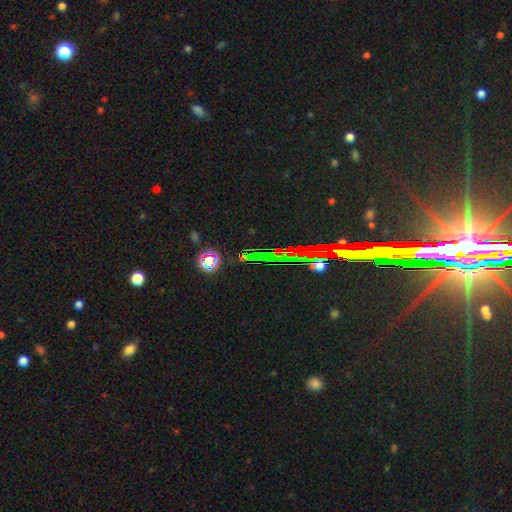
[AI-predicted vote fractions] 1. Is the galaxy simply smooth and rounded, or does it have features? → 74% star or artifact, 17% smooth, 8% featured or disk.